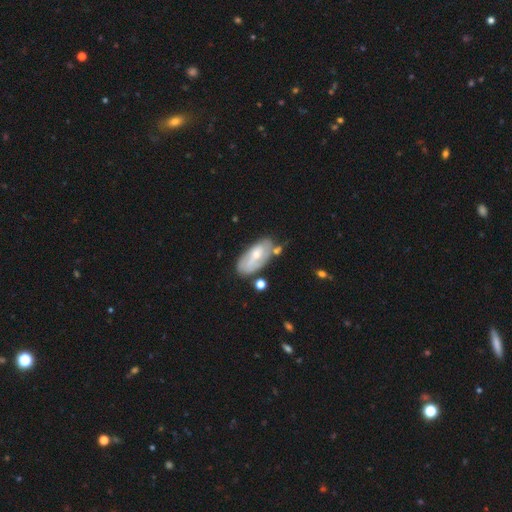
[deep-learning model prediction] Morphology: type=featured or disk (54%); edge-on=no (88%); merging=none (58%).